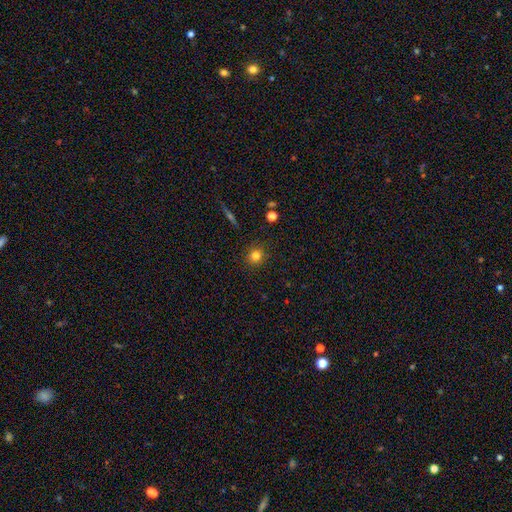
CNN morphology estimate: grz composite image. It shows a smooth galaxy with no disk features (79%) that is round (91%). Merging: none (89%).